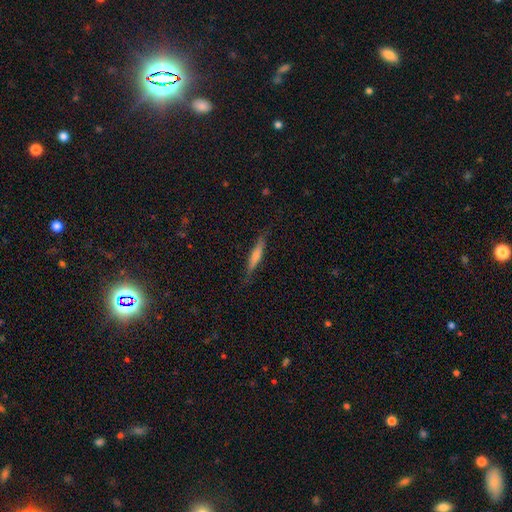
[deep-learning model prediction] smooth-or-featured: featured or disk: 56% | smooth: 32% | star or artifact: 11%
  disk-edge-on: yes: 94% | no: 6%
    edge-on-bulge: rounded: 60% | none: 27% | boxy: 13%
  merging: none: 85% | minor disturbance: 11% | major disturbance: 2% | merger: 1%